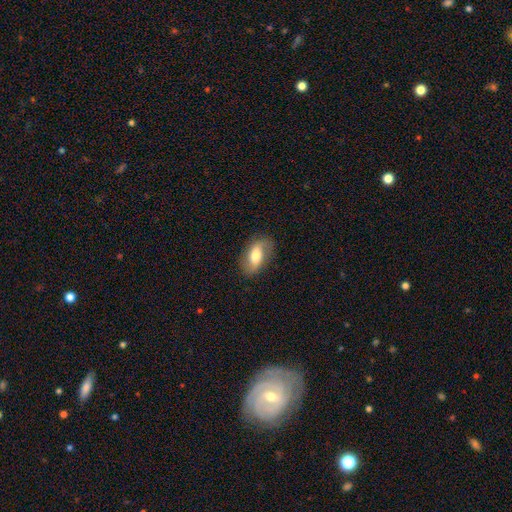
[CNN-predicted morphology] Smooth or featured: smooth — 56% (featured or disk — 37%)
How rounded: in between — 86% (cigar-shaped — 7%)
Merging: none — 81% (minor disturbance — 14%)